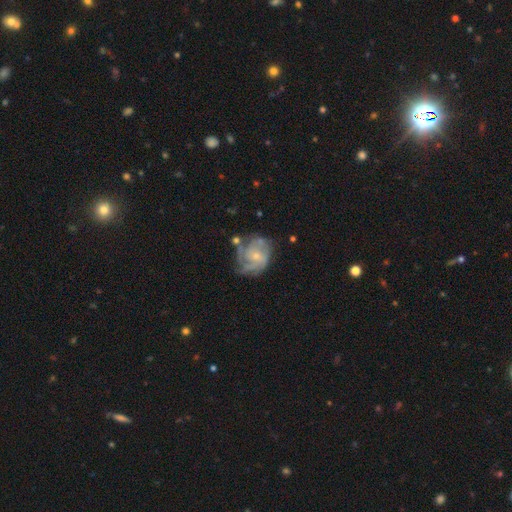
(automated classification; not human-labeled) featured or disk 74%, smooth 19%, star or artifact 7%. Down the decision tree: edge-on disk — no (98%); bar — no (74%); spiral arms — yes (85%); spiral arm count — can't tell (37%); spiral winding — tight (49%); bulge size — small (68%); merging — none (49%).